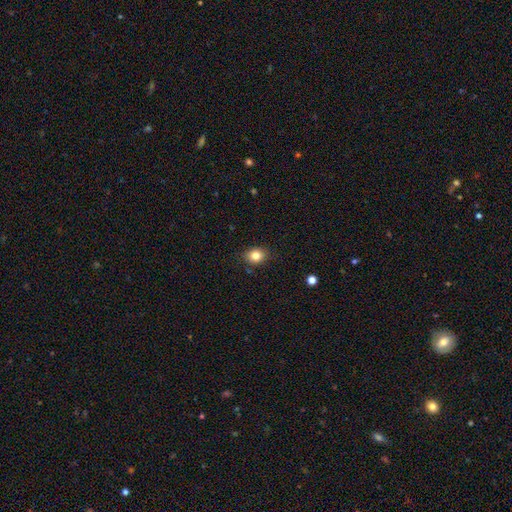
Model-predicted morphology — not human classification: Q: Smooth or featured?
A: smooth (82%); runner-up: star or artifact (11%)
Q: How rounded?
A: round (51%); runner-up: in between (48%)
Q: Merging?
A: none (84%); runner-up: minor disturbance (12%)